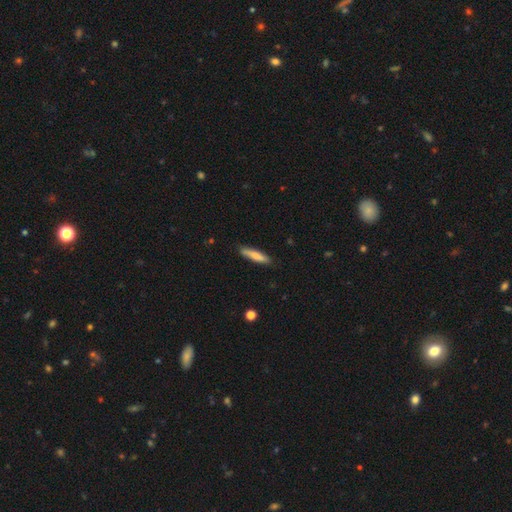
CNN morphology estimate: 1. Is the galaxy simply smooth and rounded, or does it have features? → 72% smooth, 22% featured or disk, 6% star or artifact.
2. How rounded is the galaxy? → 85% cigar-shaped, 13% in between, 1% round.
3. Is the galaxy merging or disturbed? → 85% none, 11% minor disturbance, 2% major disturbance, 1% merger.